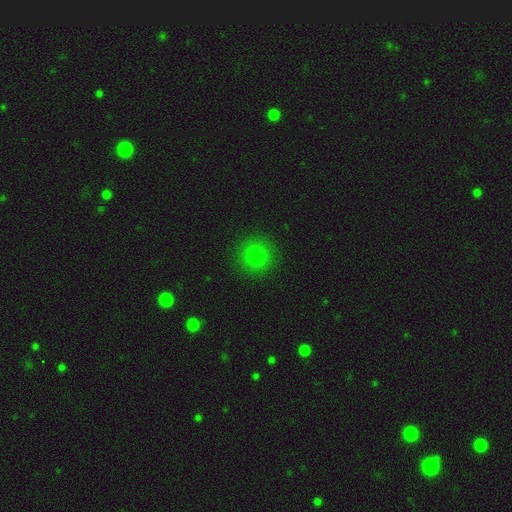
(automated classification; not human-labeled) This is likely a smooth galaxy (77%). How rounded: clearly round (93%). Merging: clearly none (90%).